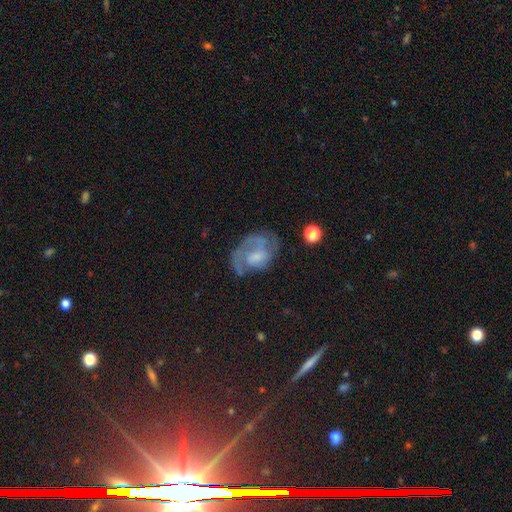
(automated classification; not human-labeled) Morphology: type=featured or disk (67%); edge-on=no (97%); bar=no (56%); spiral arms=yes (79%); winding=medium (42%); arm count=2 (33%); bulge=moderate (33%); merging=none (50%).